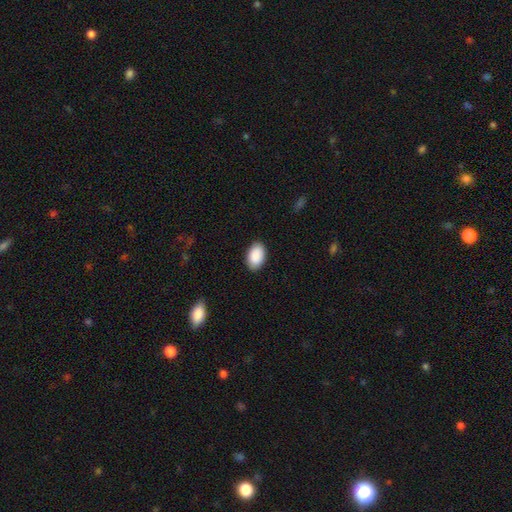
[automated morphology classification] smooth 91%, star or artifact 6%, featured or disk 3%. Down the decision tree: how rounded — in between (93%); merging — none (89%).